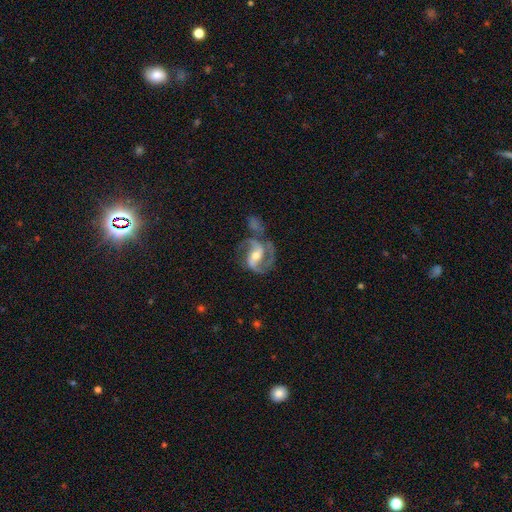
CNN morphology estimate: featured or disk 90%, smooth 5%, star or artifact 5%. Down the decision tree: edge-on disk — no (97%); bar — strong (43%); spiral arms — yes (97%); spiral arm count — 2 (81%); spiral winding — medium (57%); bulge size — moderate (62%); merging — none (53%).